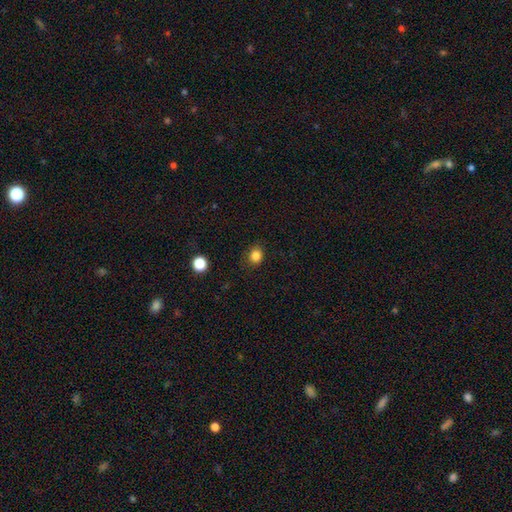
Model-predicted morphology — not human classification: Q: Smooth or featured?
A: smooth (84%); runner-up: star or artifact (12%)
Q: How rounded?
A: round (74%); runner-up: in between (26%)
Q: Merging?
A: none (85%); runner-up: minor disturbance (11%)